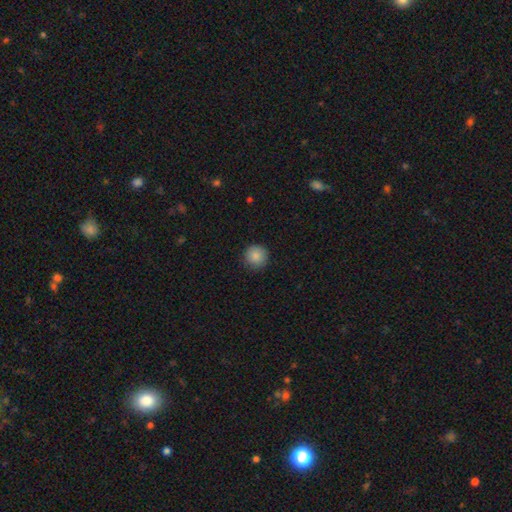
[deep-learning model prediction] Smooth or featured? Predicted: smooth (p=0.87). How rounded? Predicted: round (p=0.95). Merging? Predicted: none (p=0.90).